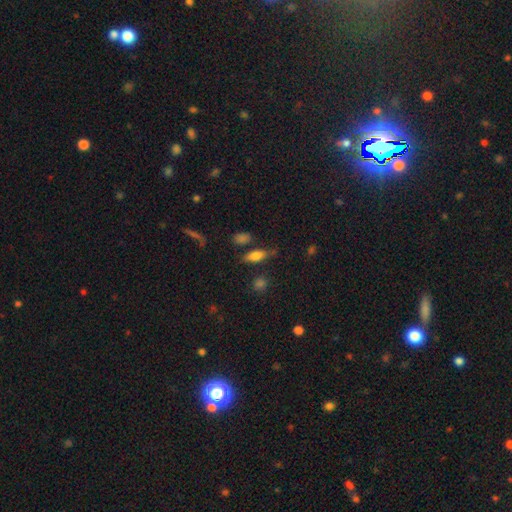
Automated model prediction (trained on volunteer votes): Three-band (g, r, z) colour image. It shows a smooth galaxy with no disk features (70%) that is in between round and cigar-shaped (63%). Merging: none (69%).